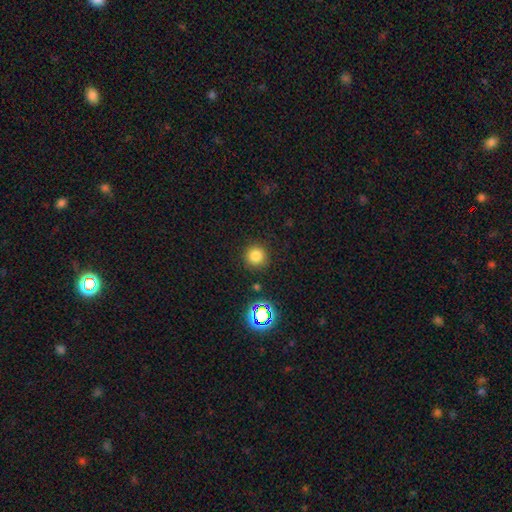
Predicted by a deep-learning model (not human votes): Smooth or featured? Predicted: smooth (p=0.78). How rounded? Predicted: round (p=0.95). Merging? Predicted: none (p=0.89).